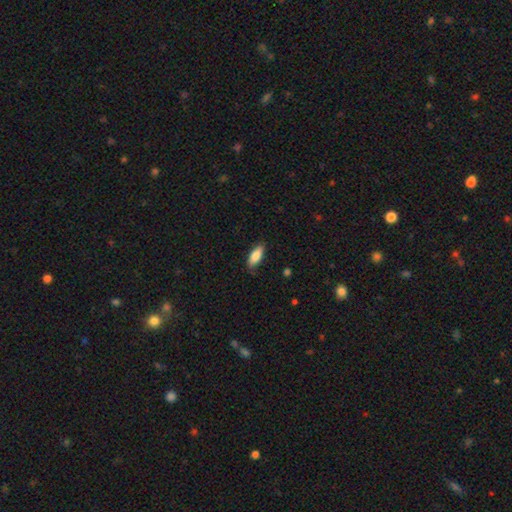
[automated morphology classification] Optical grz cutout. It shows a smooth galaxy with no disk features (83%) that is in between round and cigar-shaped (78%). Merging: none (80%).